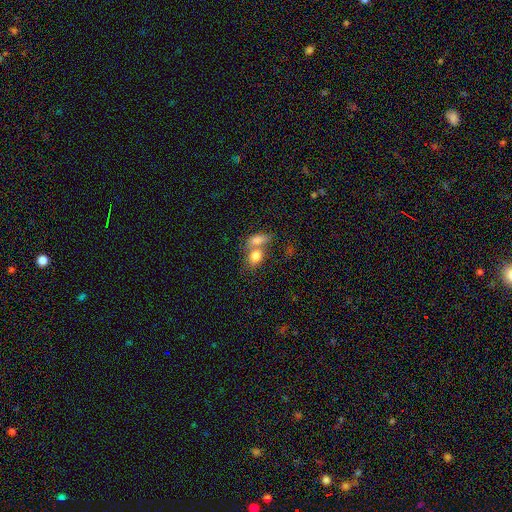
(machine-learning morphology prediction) This is likely a smooth galaxy (80%). How rounded: likely in between (72%). Merging: possibly merger (59%).